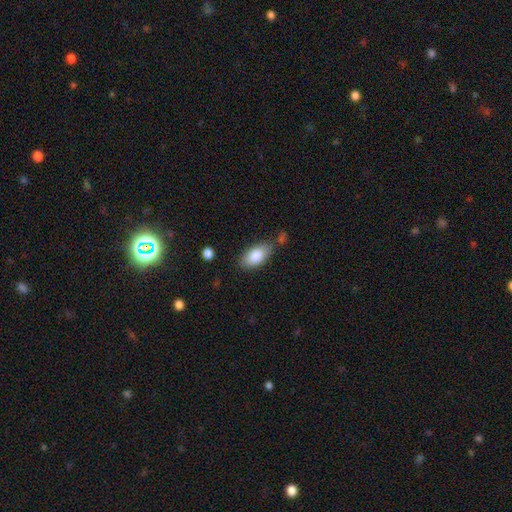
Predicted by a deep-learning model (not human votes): Q: Smooth or featured?
A: smooth (83%); runner-up: featured or disk (10%)
Q: How rounded?
A: in between (92%); runner-up: cigar-shaped (5%)
Q: Merging?
A: none (71%); runner-up: minor disturbance (17%)